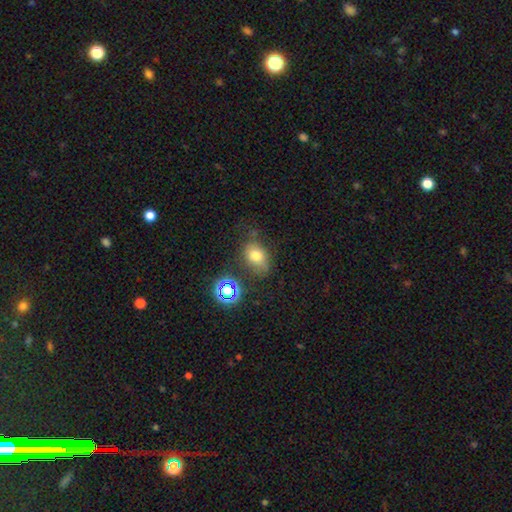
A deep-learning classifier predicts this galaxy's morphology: smooth_or_featured: smooth (p=0.71) [alt: star or artifact p=0.16]
how_rounded: in between (p=0.71) [alt: round p=0.28]
merging: none (p=0.64) [alt: minor disturbance p=0.22]